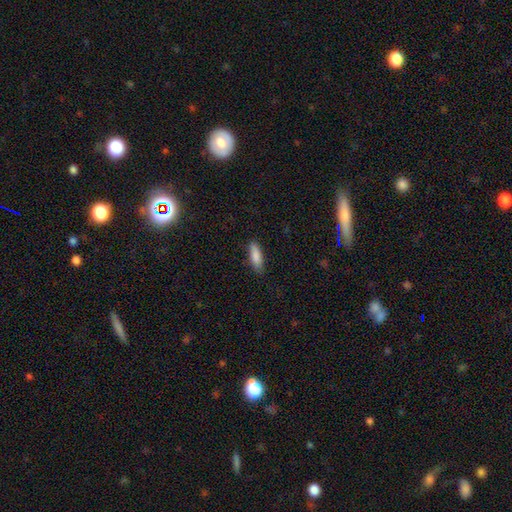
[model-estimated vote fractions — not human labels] Morphology: type=smooth (86%); roundness=in between (51%); merging=none (83%).